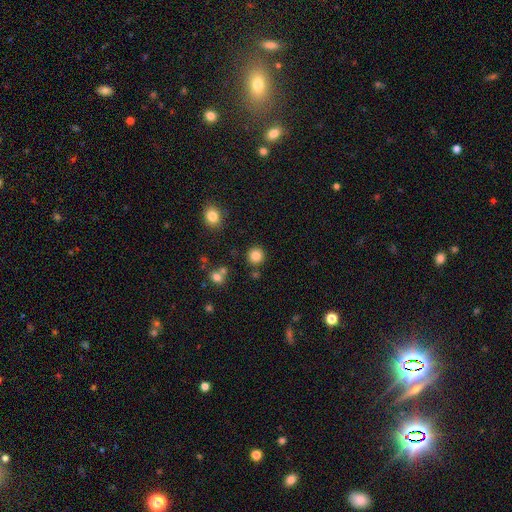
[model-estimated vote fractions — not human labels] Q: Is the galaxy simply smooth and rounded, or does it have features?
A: smooth — 84%.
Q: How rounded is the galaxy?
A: round — 93%.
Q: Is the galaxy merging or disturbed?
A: none — 87%.